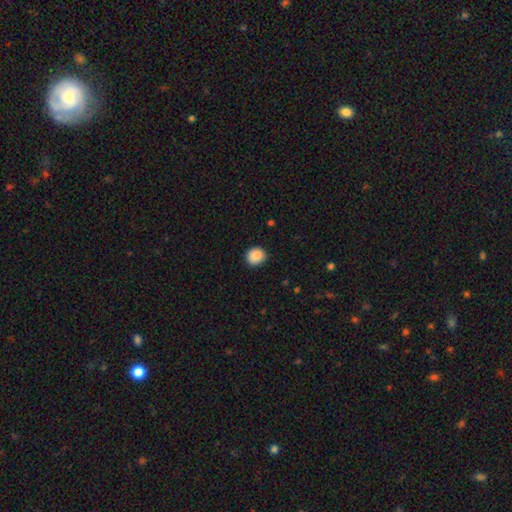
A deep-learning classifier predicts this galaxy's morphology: Smooth or featured? smooth (89%)
How rounded? round (86%)
Merging? none (88%)